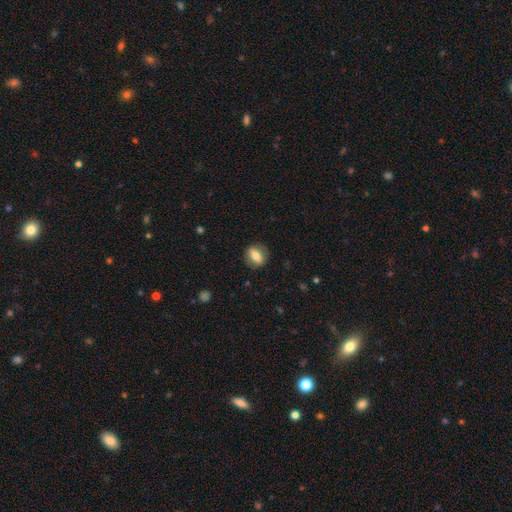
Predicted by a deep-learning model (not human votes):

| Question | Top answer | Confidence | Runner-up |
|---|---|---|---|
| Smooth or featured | smooth | 67% | featured or disk (26%) |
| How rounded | in between | 50% | round (46%) |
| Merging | none | 85% | minor disturbance (11%) |